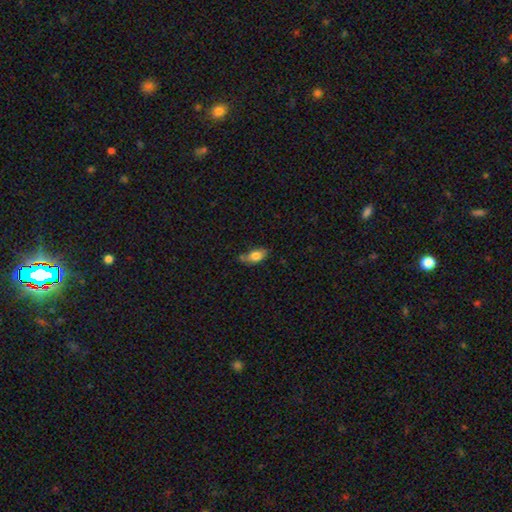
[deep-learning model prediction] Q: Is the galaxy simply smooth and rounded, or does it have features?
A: smooth — 79%.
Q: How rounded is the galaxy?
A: in between — 88%.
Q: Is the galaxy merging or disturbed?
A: none — 57%.